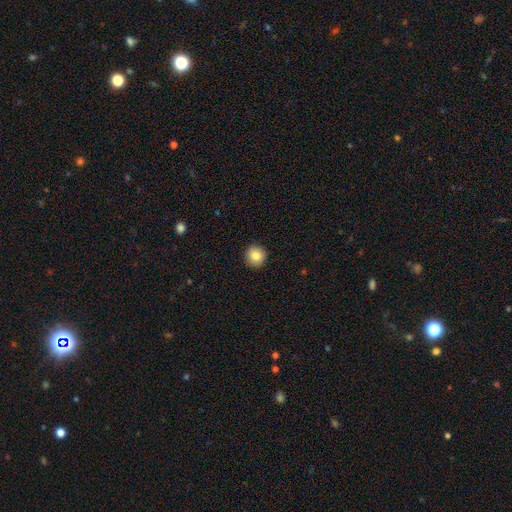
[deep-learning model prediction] Smooth or featured: smooth — 85% (star or artifact — 9%)
How rounded: round — 93% (in between — 6%)
Merging: none — 92% (minor disturbance — 5%)